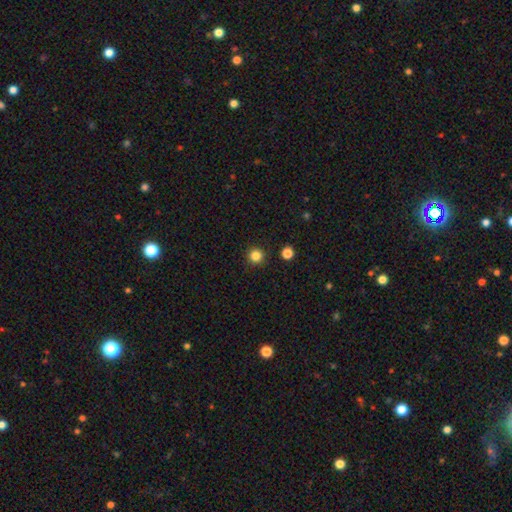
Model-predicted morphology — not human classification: Smooth or featured? smooth (84%)
How rounded? round (96%)
Merging? none (92%)